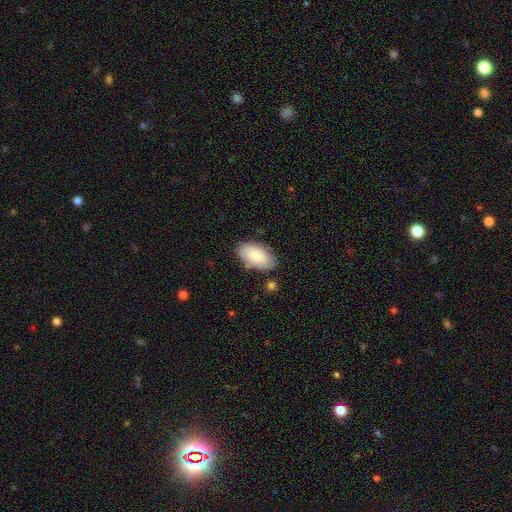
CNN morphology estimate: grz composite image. It shows a smooth galaxy with no disk features (82%) that is in between round and cigar-shaped (95%). Merging: none (79%).